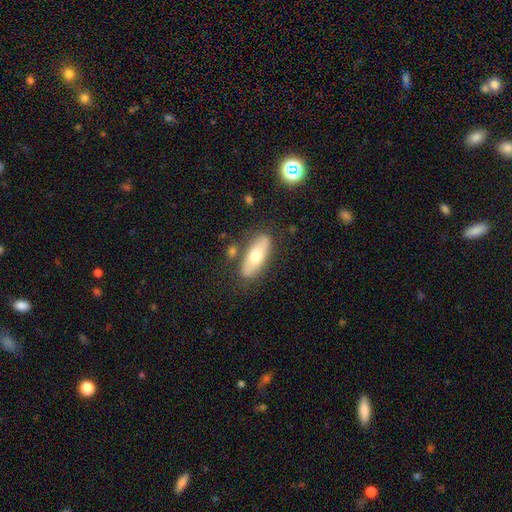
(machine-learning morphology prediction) This appears to be a smooth galaxy with no disk features (58%) that is in between round and cigar-shaped (68%). Merging: none (79%).